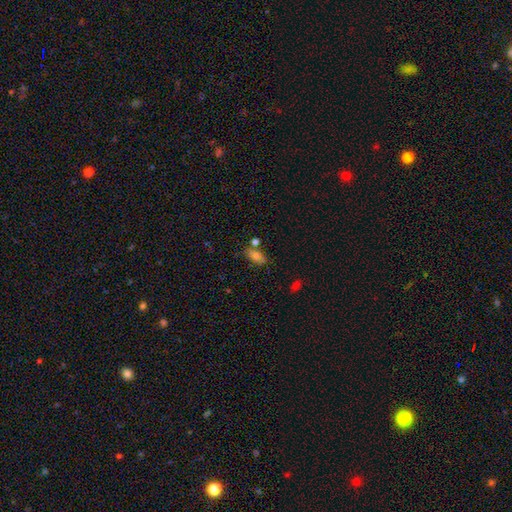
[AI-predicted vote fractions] Smooth or featured?
  - smooth: 77% *
  - featured or disk: 13%
  - star or artifact: 10%
How rounded?
  - in between: 88% *
  - round: 6%
  - cigar-shaped: 6%
Merging?
  - none: 67% *
  - minor disturbance: 16%
  - merger: 13%
  - major disturbance: 4%